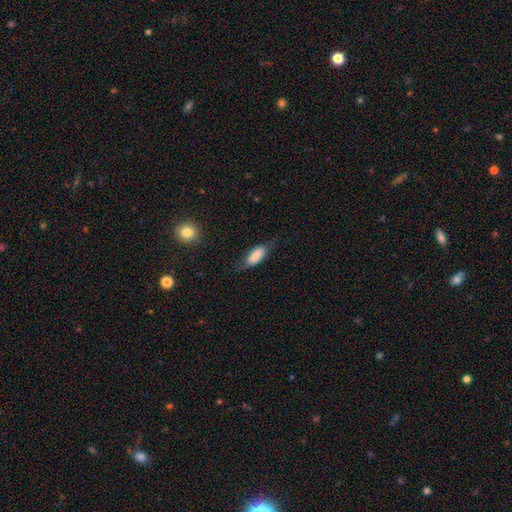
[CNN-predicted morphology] Q: Smooth or featured?
A: smooth (75%); runner-up: featured or disk (18%)
Q: How rounded?
A: in between (78%); runner-up: cigar-shaped (19%)
Q: Merging?
A: none (58%); runner-up: minor disturbance (28%)